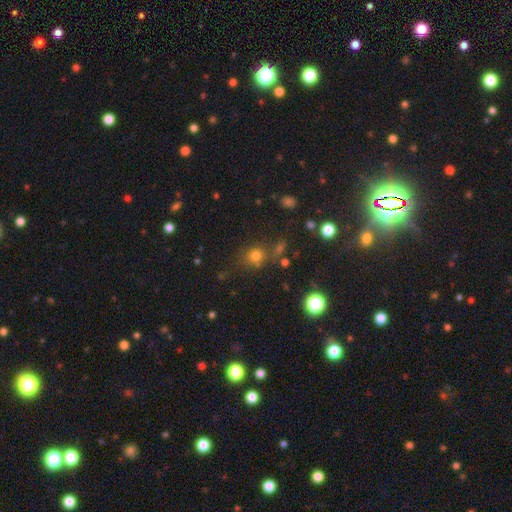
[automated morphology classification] Smooth or featured? Predicted: smooth (p=0.71). How rounded? Predicted: round (p=0.80). Merging? Predicted: none (p=0.70).